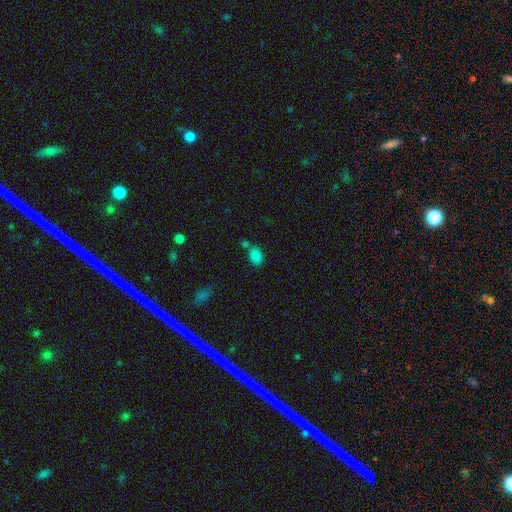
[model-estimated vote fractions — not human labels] Smooth or featured: smooth — 84% (star or artifact — 11%)
How rounded: in between — 81% (round — 17%)
Merging: none — 65% (merger — 16%)